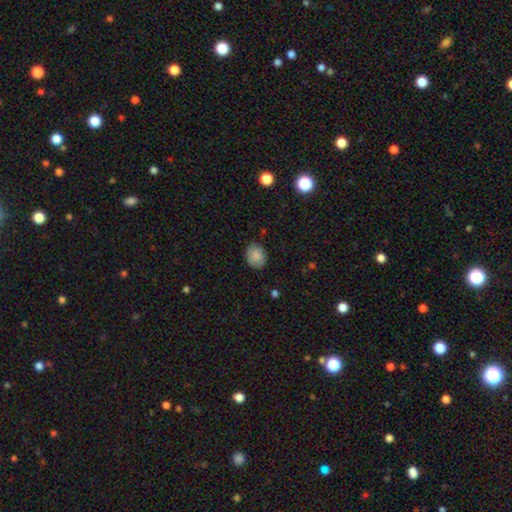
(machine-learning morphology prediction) Smooth or featured: smooth — 85% (star or artifact — 8%)
How rounded: round — 59% (in between — 40%)
Merging: none — 82% (minor disturbance — 14%)